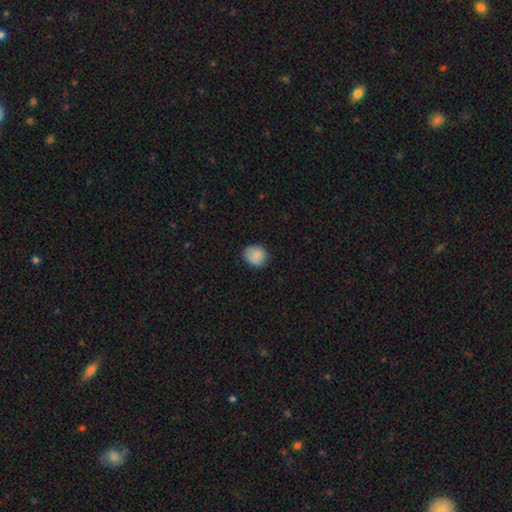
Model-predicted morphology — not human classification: smooth 82%, featured or disk 9%, star or artifact 8%. Down the decision tree: how rounded — round (70%); merging — none (79%).